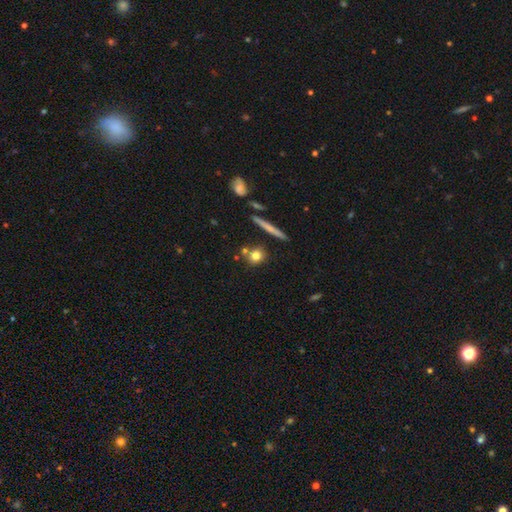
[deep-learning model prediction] Smooth or featured?
  - smooth: 75% *
  - featured or disk: 13%
  - star or artifact: 11%
How rounded?
  - round: 78% *
  - in between: 14%
  - cigar-shaped: 7%
Merging?
  - none: 71% *
  - merger: 15%
  - minor disturbance: 10%
  - major disturbance: 3%